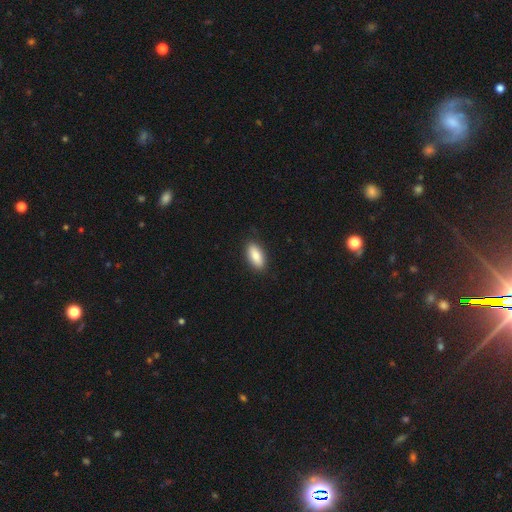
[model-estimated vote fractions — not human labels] smooth-or-featured: smooth: 86% | featured or disk: 8% | star or artifact: 6%
  how-rounded: in between: 86% | cigar-shaped: 11% | round: 2%
  merging: none: 88% | minor disturbance: 9% | major disturbance: 2% | merger: 1%